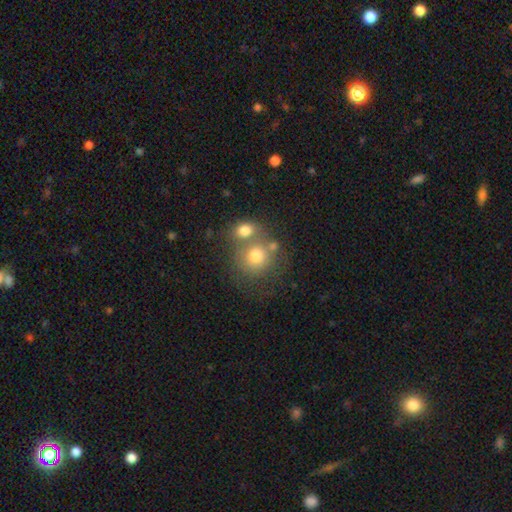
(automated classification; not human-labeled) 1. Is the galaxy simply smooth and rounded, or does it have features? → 73% smooth, 16% featured or disk, 11% star or artifact.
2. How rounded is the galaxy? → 82% round, 17% in between, 1% cigar-shaped.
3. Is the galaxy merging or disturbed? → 43% none, 41% merger, 10% minor disturbance, 5% major disturbance.